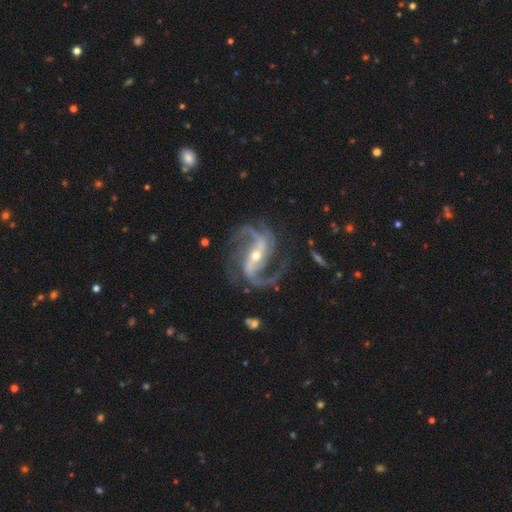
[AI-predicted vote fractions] Overall: featured or disk (93%). Edge-on disk: no (97%). Bar: strong (56%; weak 29%). Spiral arms: yes (98%). Spiral arm count: 2 (78%). Spiral winding: medium (52%; loose 35%). Bulge size: small (55%; moderate 41%). Merging: none (73%).